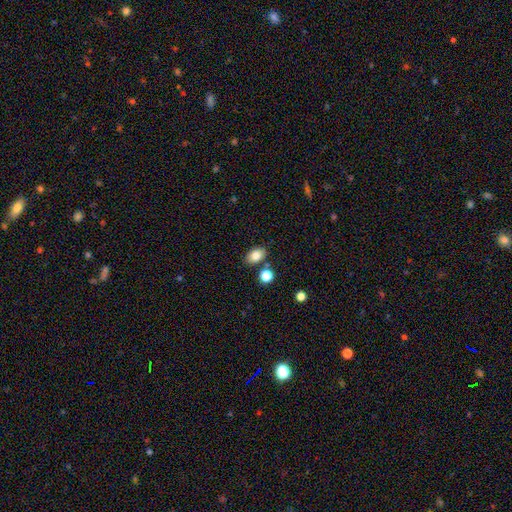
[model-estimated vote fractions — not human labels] smooth-or-featured: smooth: 82% | star or artifact: 9% | featured or disk: 8%
  how-rounded: in between: 83% | round: 16% | cigar-shaped: 1%
  merging: none: 79% | minor disturbance: 10% | merger: 8% | major disturbance: 3%